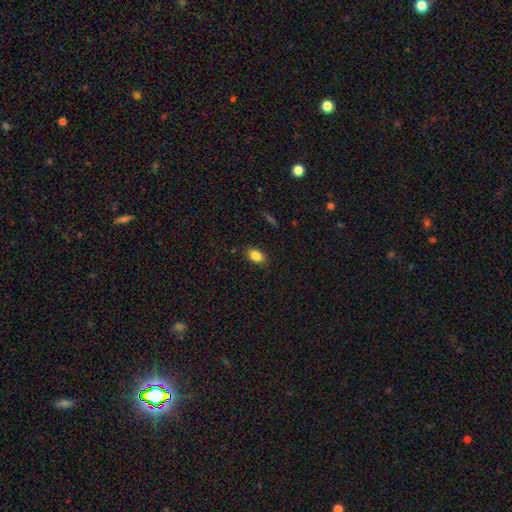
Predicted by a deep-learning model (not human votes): Smooth or featured? Predicted: smooth (p=0.86). How rounded? Predicted: in between (p=0.87). Merging? Predicted: none (p=0.85).